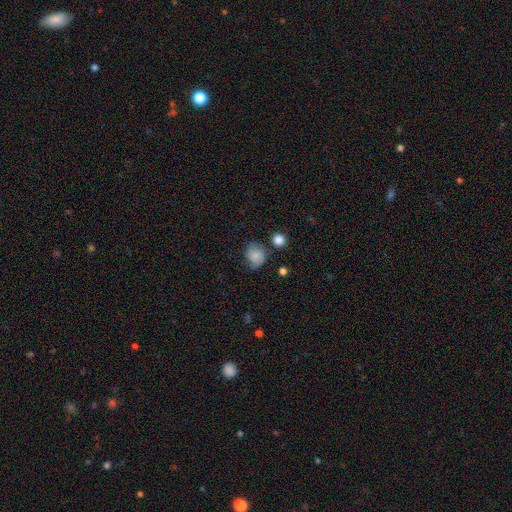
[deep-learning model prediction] smooth 71%, featured or disk 19%, star or artifact 10%. Down the decision tree: how rounded — round (69%); merging — none (57%).